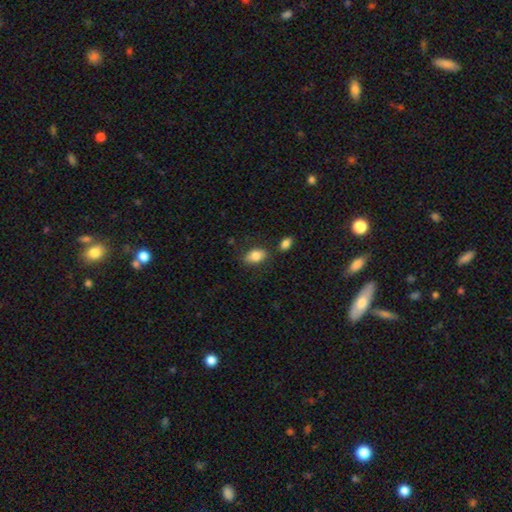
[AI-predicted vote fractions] Morphology: type=smooth (81%); roundness=in between (89%); merging=none (77%).